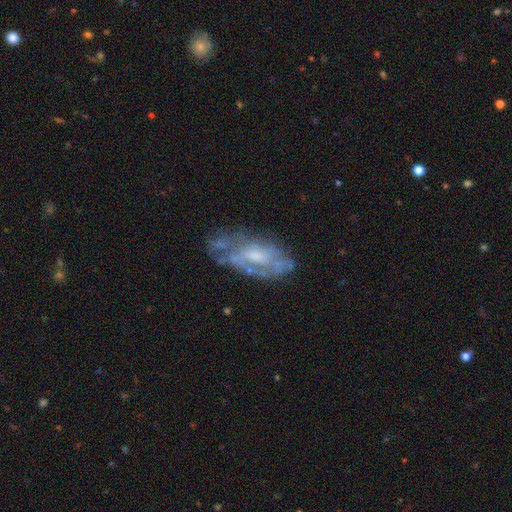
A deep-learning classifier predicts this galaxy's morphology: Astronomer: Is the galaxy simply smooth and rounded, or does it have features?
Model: featured or disk — 68%.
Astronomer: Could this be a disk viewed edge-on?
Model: no — 89%.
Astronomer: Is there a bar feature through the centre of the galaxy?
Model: no — 68%.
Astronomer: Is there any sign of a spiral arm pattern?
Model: no — 57% (runner-up: yes, 43%).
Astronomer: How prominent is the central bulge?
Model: moderate — 42% (runner-up: small, 34%).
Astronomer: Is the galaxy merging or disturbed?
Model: none — 52%.